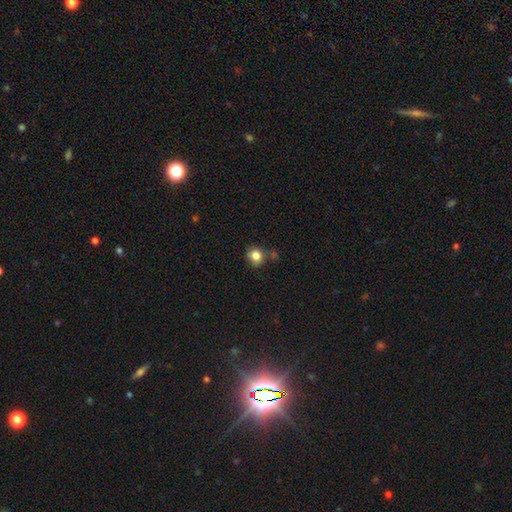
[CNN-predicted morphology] type=smooth (82%); roundness=round (75%); merging=none (69%).